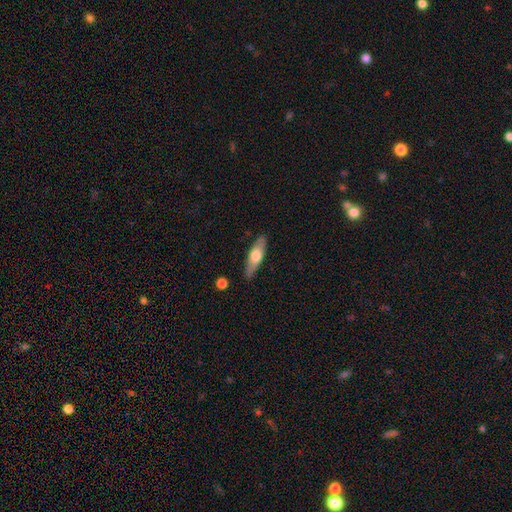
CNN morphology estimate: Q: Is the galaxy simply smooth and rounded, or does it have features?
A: smooth — 53%.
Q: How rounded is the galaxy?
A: cigar-shaped — 55%.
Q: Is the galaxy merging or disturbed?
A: none — 85%.